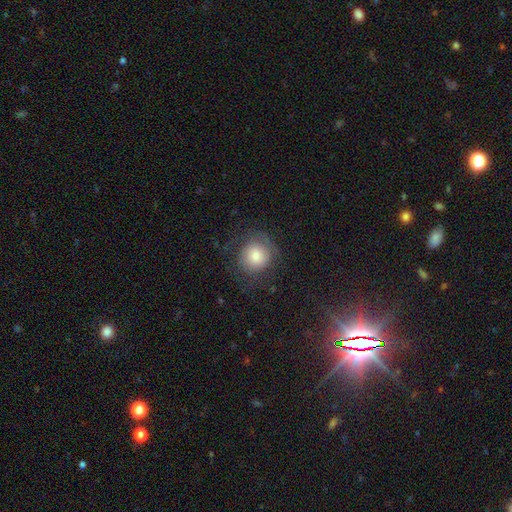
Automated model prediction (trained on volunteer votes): Q: Smooth or featured?
A: smooth (67%); runner-up: featured or disk (22%)
Q: How rounded?
A: round (88%); runner-up: in between (11%)
Q: Merging?
A: none (69%); runner-up: minor disturbance (17%)